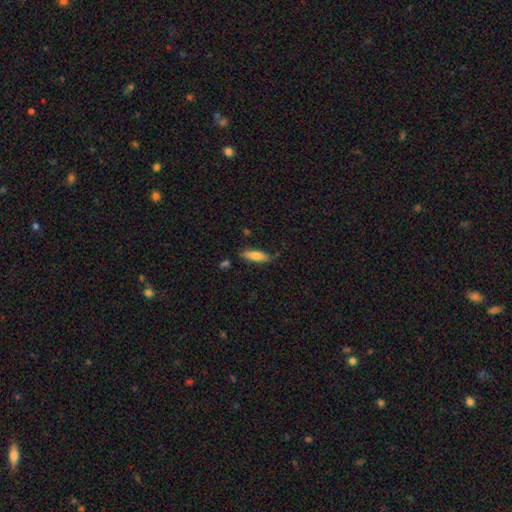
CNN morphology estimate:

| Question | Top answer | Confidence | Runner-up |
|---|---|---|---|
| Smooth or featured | smooth | 78% | featured or disk (16%) |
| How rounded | cigar-shaped | 53% | in between (45%) |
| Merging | none | 77% | minor disturbance (17%) |